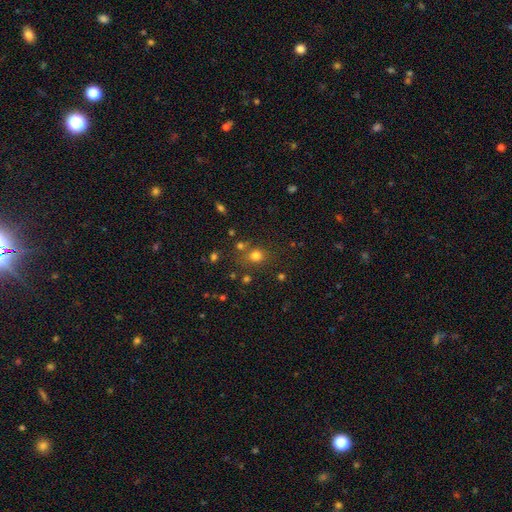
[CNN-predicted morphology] type=smooth (74%); roundness=round (72%); merging=none (70%).